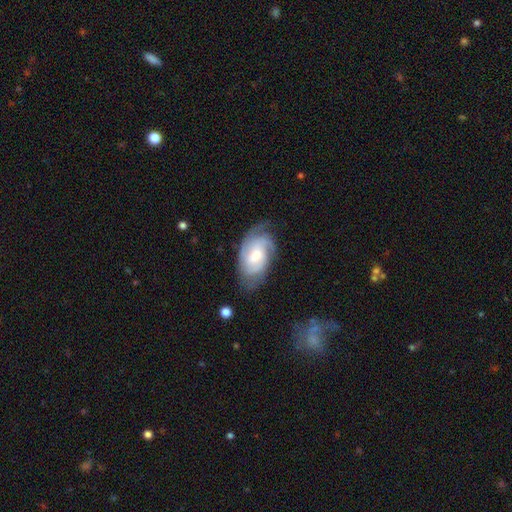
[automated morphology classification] smooth-or-featured: featured or disk: 79% | smooth: 16% | star or artifact: 5%
  disk-edge-on: no: 96% | yes: 4%
    bar: no: 47% | weak: 44% | strong: 9%
    has-spiral-arms: yes: 94% | no: 6%
      spiral-winding: tight: 53% | medium: 37% | loose: 10%
      spiral-arm-count: 3: 33% | can't tell: 26% | 2: 24% | 4: 9% | 1: 5% | more than 4: 4%
    bulge-size: moderate: 58% | small: 35% | large: 5% | none: 2% | dominant: 1%
  merging: none: 67% | minor disturbance: 22% | major disturbance: 9% | merger: 1%